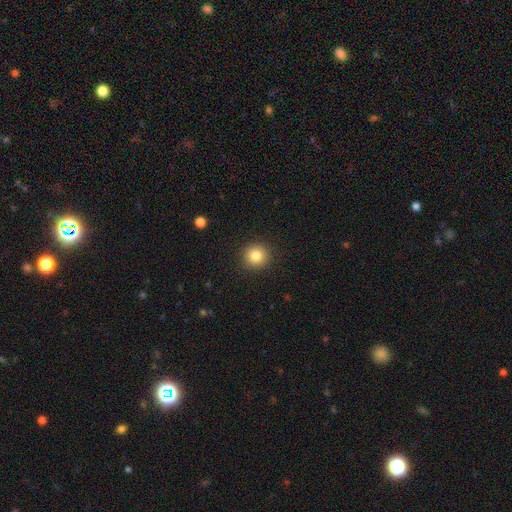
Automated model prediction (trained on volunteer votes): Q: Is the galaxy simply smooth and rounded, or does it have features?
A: smooth — 84%.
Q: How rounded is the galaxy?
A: round — 93%.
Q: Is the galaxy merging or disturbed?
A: none — 91%.